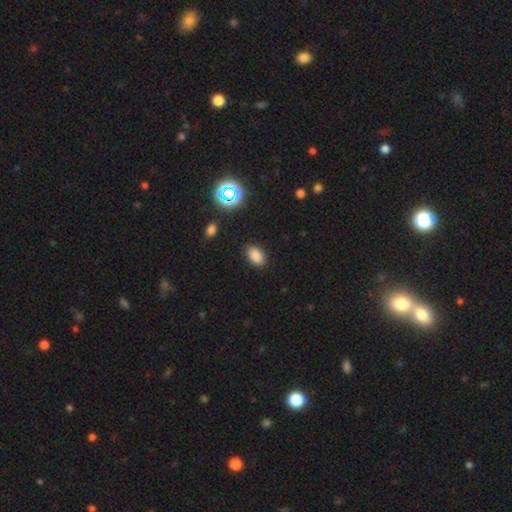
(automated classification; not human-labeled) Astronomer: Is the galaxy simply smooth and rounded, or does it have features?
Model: smooth — 83%.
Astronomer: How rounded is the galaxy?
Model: in between — 88%.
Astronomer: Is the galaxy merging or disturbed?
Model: none — 87%.